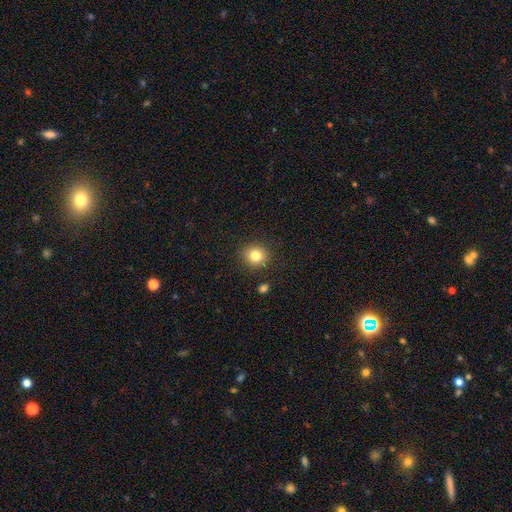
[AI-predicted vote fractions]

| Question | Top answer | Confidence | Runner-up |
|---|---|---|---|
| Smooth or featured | smooth | 82% | star or artifact (11%) |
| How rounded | round | 83% | in between (16%) |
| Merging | none | 88% | minor disturbance (7%) |